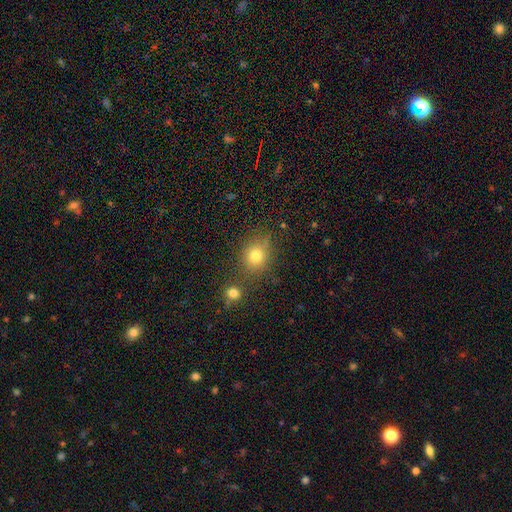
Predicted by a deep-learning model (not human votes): This appears to be a smooth galaxy with no disk features (76%) that is round (65%). Merging: none (72%).